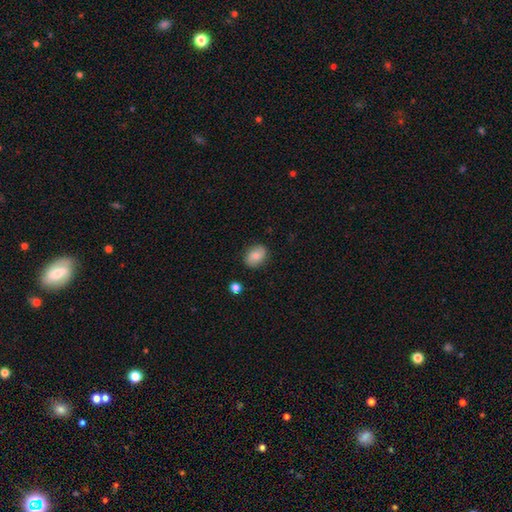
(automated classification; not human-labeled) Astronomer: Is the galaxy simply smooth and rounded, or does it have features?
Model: smooth — 78%.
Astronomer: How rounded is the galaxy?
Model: in between — 71%.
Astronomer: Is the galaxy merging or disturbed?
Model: none — 84%.